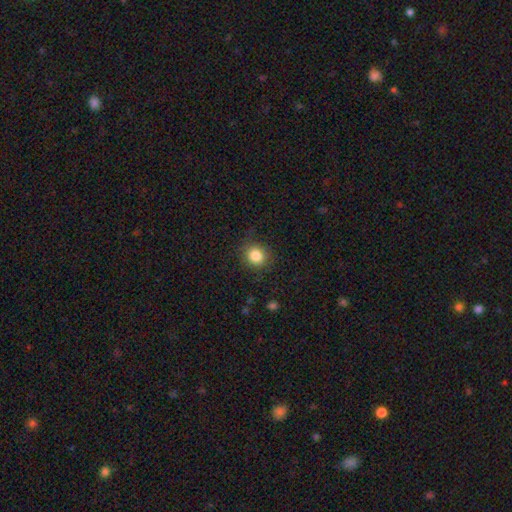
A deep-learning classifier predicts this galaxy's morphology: A smooth galaxy with no disk features (84%) that is round (87%).

Vote fractions:
- Smooth or featured? smooth: 84% / star or artifact: 11% / featured or disk: 5%
- How rounded? round: 87% / in between: 12% / cigar-shaped: 1%
- Merging? none: 86% / minor disturbance: 10% / major disturbance: 3% / merger: 1%